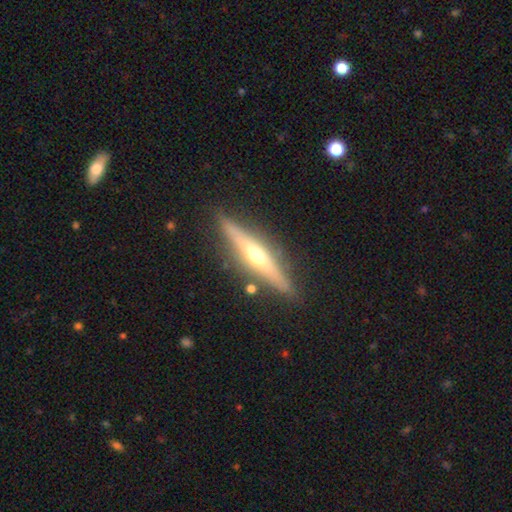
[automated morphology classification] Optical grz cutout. It shows a featured or disk galaxy (71%) viewed edge-on (95%) with a rounded central bulge (89%). Merging: none (87%).